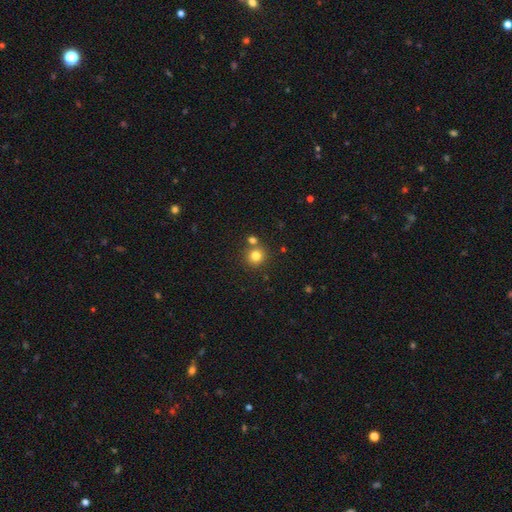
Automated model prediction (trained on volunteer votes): smooth-or-featured: smooth: 81% | star or artifact: 13% | featured or disk: 7%
  how-rounded: round: 91% | in between: 8% | cigar-shaped: 1%
  merging: none: 74% | merger: 16% | minor disturbance: 7% | major disturbance: 3%